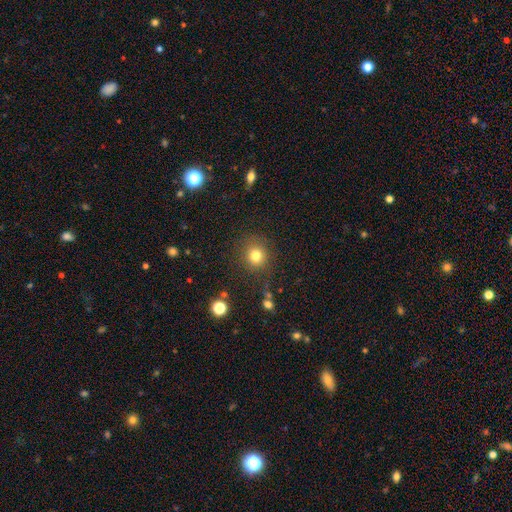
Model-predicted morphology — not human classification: Smooth or featured: smooth — 80% (star or artifact — 13%)
How rounded: round — 89% (in between — 10%)
Merging: none — 85% (minor disturbance — 9%)